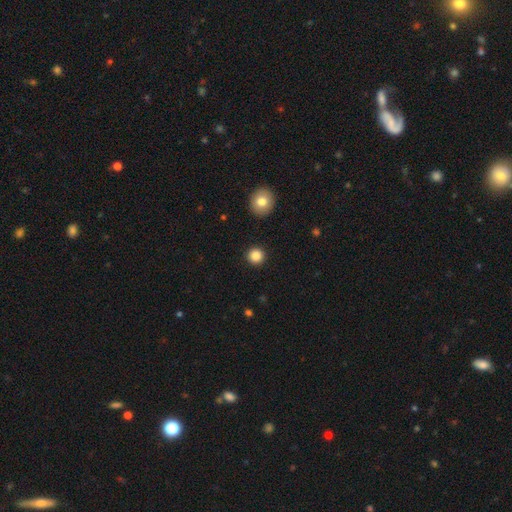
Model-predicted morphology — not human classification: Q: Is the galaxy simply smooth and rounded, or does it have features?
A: smooth — 85%.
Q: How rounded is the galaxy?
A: round — 95%.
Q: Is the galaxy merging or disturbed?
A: none — 92%.